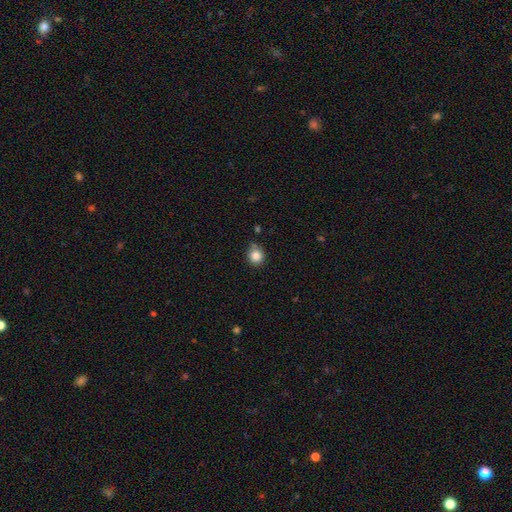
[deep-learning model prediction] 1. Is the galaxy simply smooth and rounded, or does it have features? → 85% smooth, 11% star or artifact, 4% featured or disk.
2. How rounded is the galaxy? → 86% round, 13% in between, 1% cigar-shaped.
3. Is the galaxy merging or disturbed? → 73% none, 18% minor disturbance, 5% merger, 4% major disturbance.